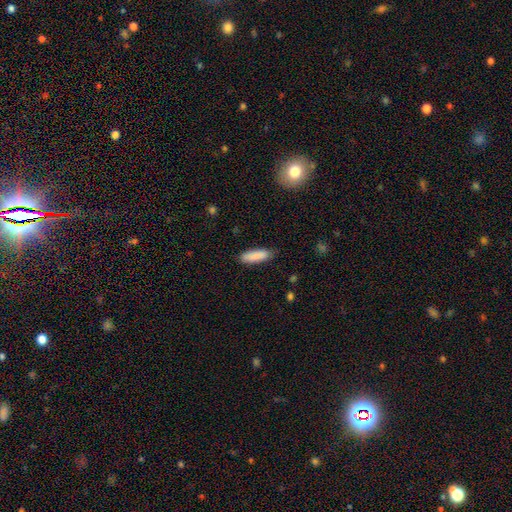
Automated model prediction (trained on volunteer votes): A smooth galaxy with no disk features (89%) that is in between round and cigar-shaped (50%). Merging: none (82%).